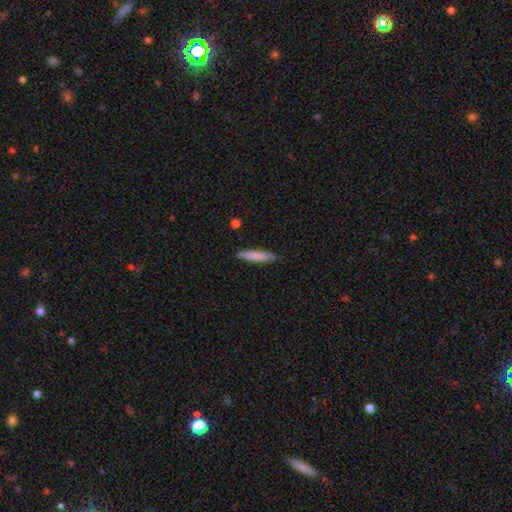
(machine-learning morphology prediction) smooth_or_featured: smooth (p=0.81) [alt: featured or disk p=0.13]
how_rounded: cigar-shaped (p=0.88) [alt: in between p=0.11]
merging: none (p=0.86) [alt: minor disturbance p=0.11]